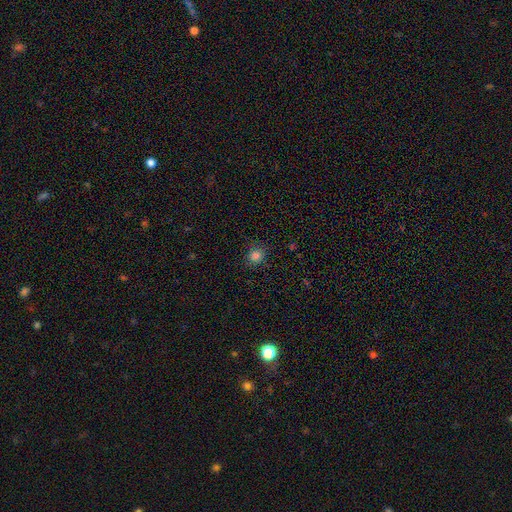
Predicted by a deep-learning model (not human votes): Smooth or featured?
  - smooth: 81% *
  - star or artifact: 14%
  - featured or disk: 4%
How rounded?
  - round: 80% *
  - in between: 19%
  - cigar-shaped: 1%
Merging?
  - none: 84% *
  - minor disturbance: 11%
  - major disturbance: 3%
  - merger: 1%